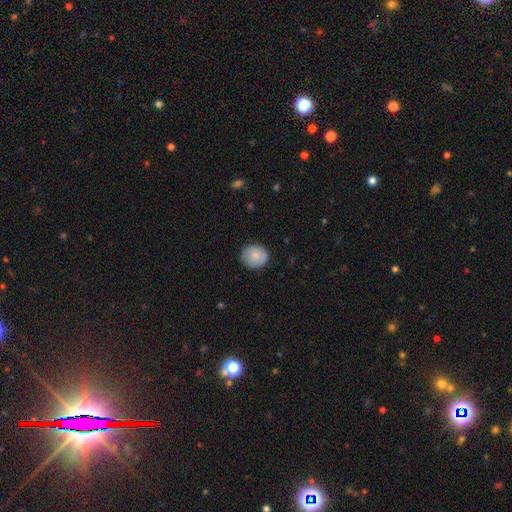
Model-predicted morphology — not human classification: Smooth or featured?
  - smooth: 82% *
  - featured or disk: 11%
  - star or artifact: 7%
How rounded?
  - round: 77% *
  - in between: 22%
  - cigar-shaped: 1%
Merging?
  - none: 84% *
  - minor disturbance: 12%
  - major disturbance: 2%
  - merger: 1%